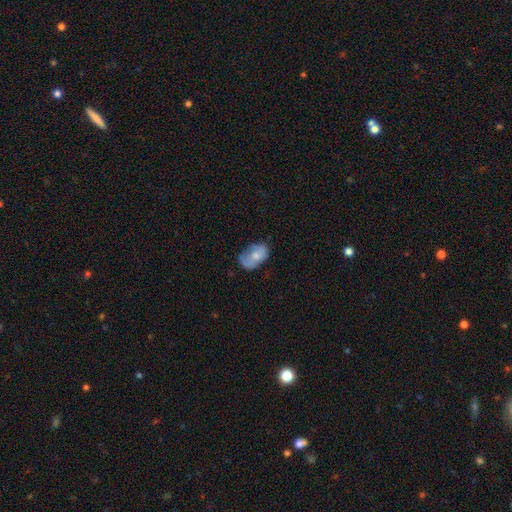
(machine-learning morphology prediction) Smooth or featured?
  - smooth: 64% *
  - featured or disk: 29%
  - star or artifact: 7%
How rounded?
  - in between: 87% *
  - round: 11%
  - cigar-shaped: 1%
Merging?
  - none: 49% *
  - minor disturbance: 34%
  - major disturbance: 15%
  - merger: 2%